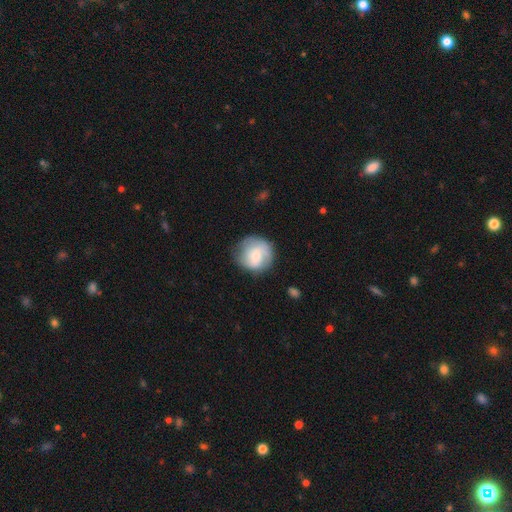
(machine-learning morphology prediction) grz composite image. It shows a smooth galaxy with no disk features (49%). Merging: none (72%).